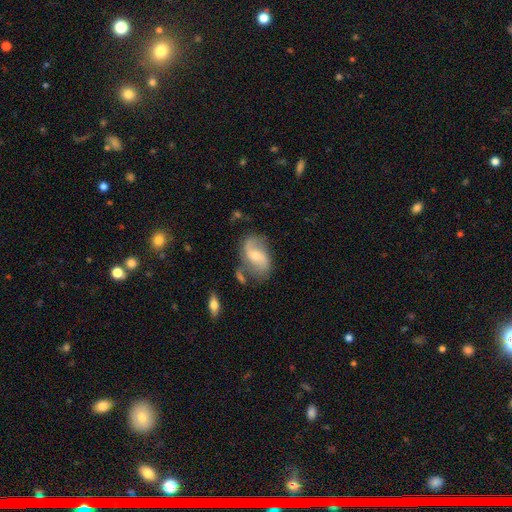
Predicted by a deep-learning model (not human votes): Smooth or featured? featured or disk (69%)
Edge-on disk? no (96%)
Bar? no (47%)
Spiral arms? yes (89%)
Spiral winding? loose (57%)
Spiral arm count? 2 (86%)
Bulge size? moderate (47%)
Merging? none (61%)